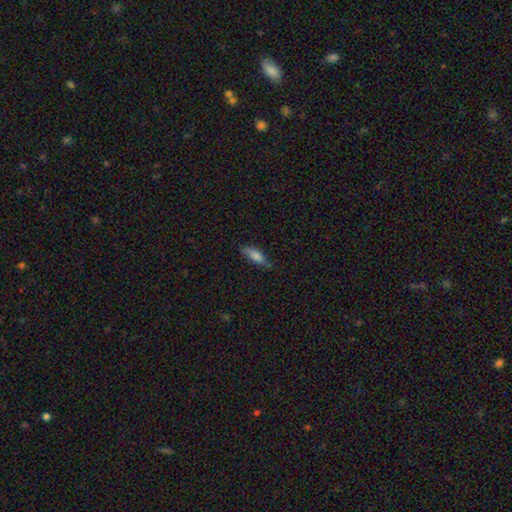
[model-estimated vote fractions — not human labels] This appears to be a smooth galaxy with no disk features (74%) that is cigar-shaped (50%). Merging: none (71%).